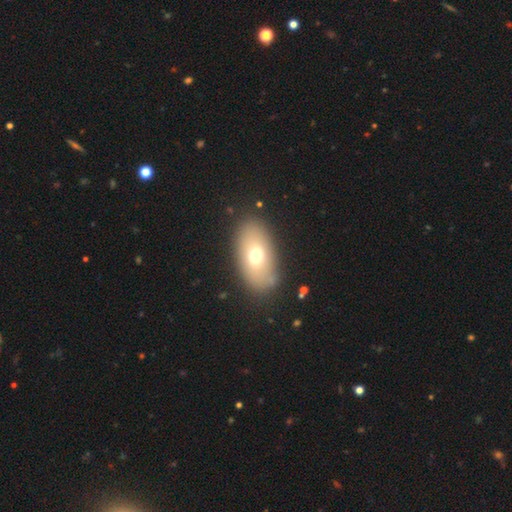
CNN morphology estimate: Smooth or featured? smooth (65%)
How rounded? in between (88%)
Merging? none (82%)